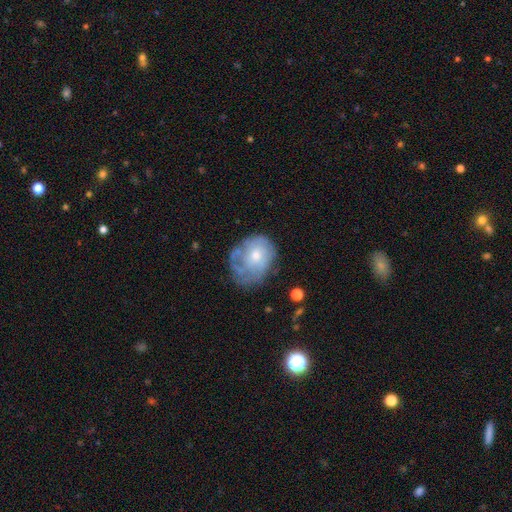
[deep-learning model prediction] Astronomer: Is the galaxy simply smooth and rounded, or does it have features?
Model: featured or disk — 54% (runner-up: smooth, 37%).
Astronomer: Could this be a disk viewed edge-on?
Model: no — 96%.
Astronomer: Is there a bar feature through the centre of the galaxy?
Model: no — 83%.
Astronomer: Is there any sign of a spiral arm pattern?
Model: yes — 55% (runner-up: no, 45%).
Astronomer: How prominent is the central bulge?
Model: small — 51% (runner-up: moderate, 43%).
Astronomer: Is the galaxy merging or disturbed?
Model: none — 52% (runner-up: minor disturbance, 28%).